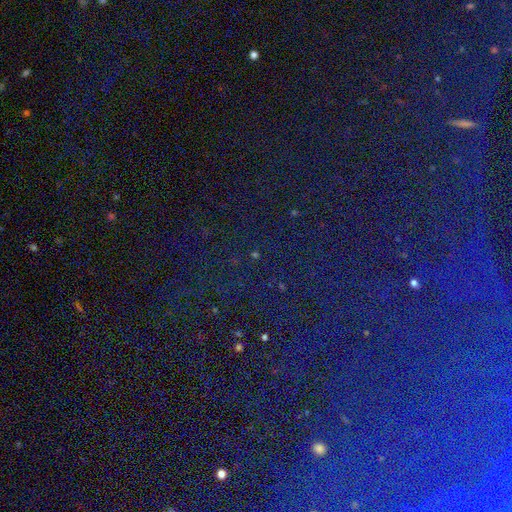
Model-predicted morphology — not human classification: The model was most divided on "smooth or featured": star or artifact: 82%, smooth: 10%, featured or disk: 8%.